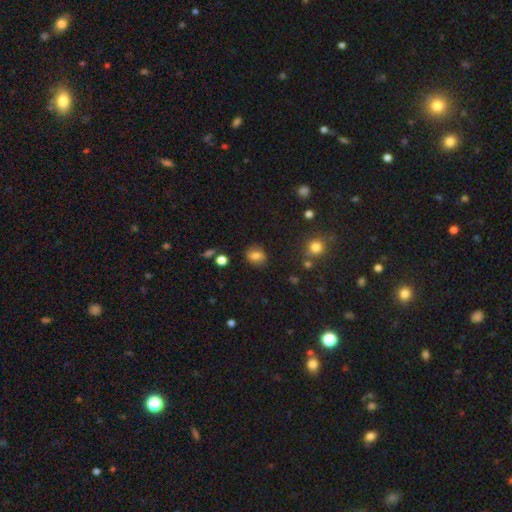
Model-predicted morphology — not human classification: smooth 72%, featured or disk 16%, star or artifact 12%. Down the decision tree: how rounded — round (51%); merging — none (81%).